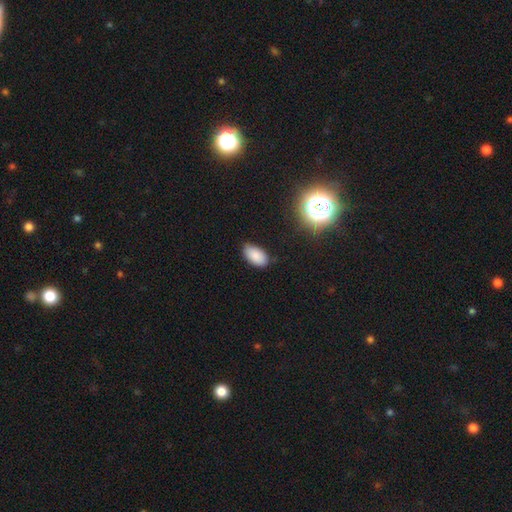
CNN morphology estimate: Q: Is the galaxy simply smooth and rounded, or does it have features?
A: smooth — 84%.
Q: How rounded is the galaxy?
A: in between — 94%.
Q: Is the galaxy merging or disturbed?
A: none — 81%.